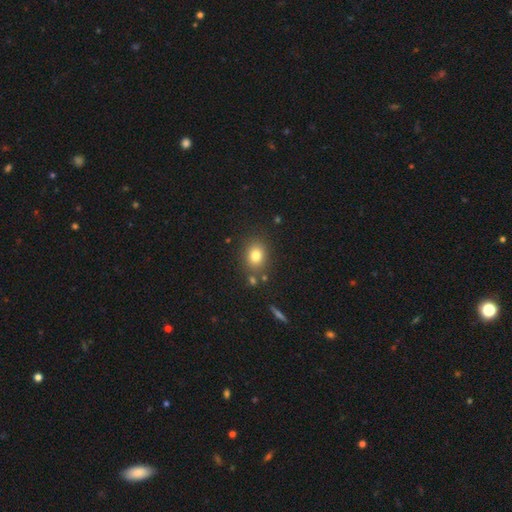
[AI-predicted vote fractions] Overall: smooth (78%). How rounded: round (55%; in between 44%). Merging: none (80%).